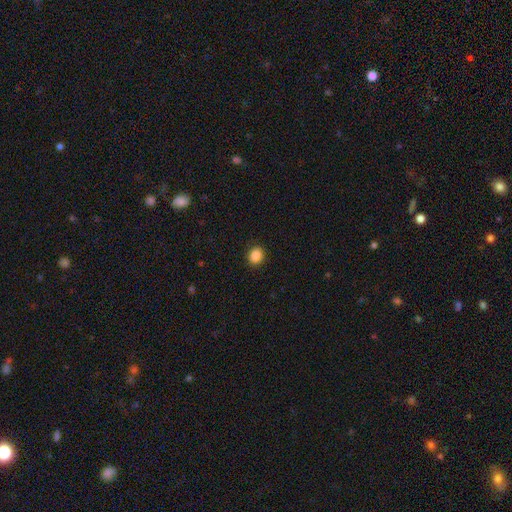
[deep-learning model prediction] smooth-or-featured: smooth: 87% | star or artifact: 9% | featured or disk: 3%
  how-rounded: round: 63% | in between: 36% | cigar-shaped: 1%
  merging: none: 91% | minor disturbance: 6% | major disturbance: 2% | merger: 1%